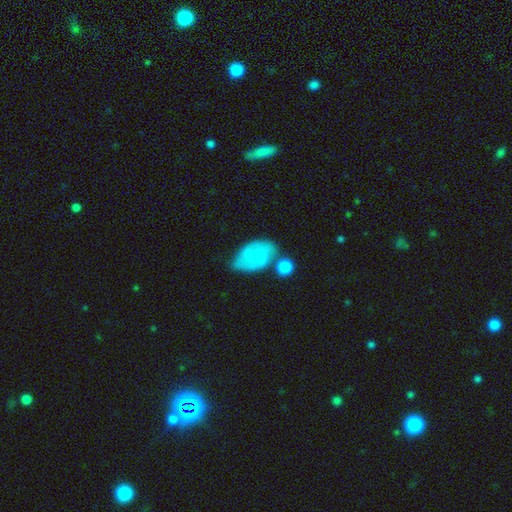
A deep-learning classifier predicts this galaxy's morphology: Smooth or featured?
  - featured or disk: 67% *
  - smooth: 25%
  - star or artifact: 7%
Edge-on disk?
  - no: 97% *
  - yes: 3%
Bar?
  - no: 45% *
  - weak: 44%
  - strong: 11%
Spiral arms?
  - yes: 90% *
  - no: 10%
Spiral winding?
  - medium: 47% *
  - tight: 32%
  - loose: 20%
Spiral arm count?
  - 2: 67% *
  - can't tell: 14%
  - 3: 11%
  - 1: 3%
  - 4: 3%
  - more than 4: 2%
Bulge size?
  - none: 53% *
  - small: 35%
  - moderate: 9%
  - large: 2%
  - dominant: 1%
Merging?
  - none: 55% *
  - minor disturbance: 25%
  - merger: 11%
  - major disturbance: 9%